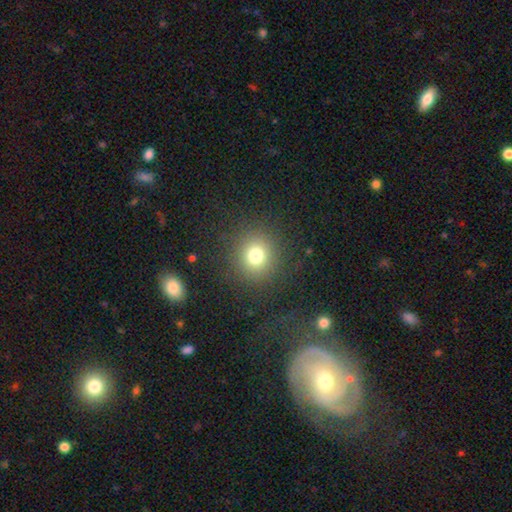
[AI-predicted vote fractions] This appears to be a smooth galaxy with no disk features (75%) that is round (91%). Merging: none (88%).